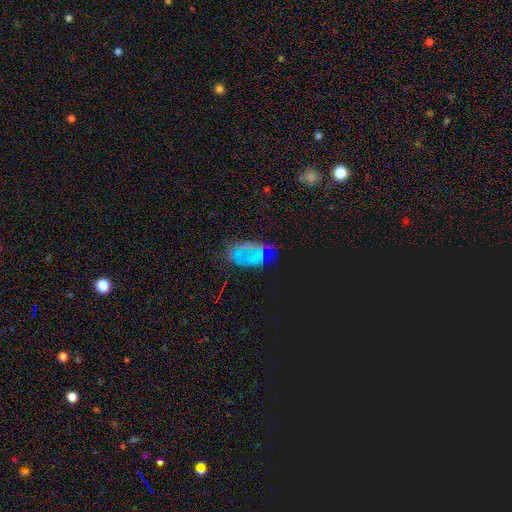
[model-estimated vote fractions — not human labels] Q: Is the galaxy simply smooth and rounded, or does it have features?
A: featured or disk — 42%.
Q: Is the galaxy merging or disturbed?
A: none — 52%.